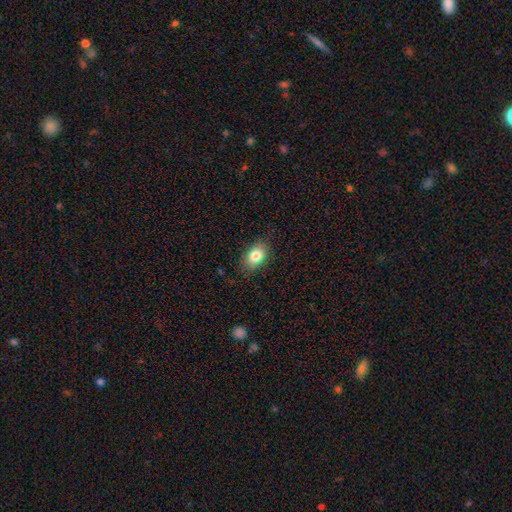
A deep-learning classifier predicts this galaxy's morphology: This appears to be a smooth galaxy with no disk features (82%) that is in between round and cigar-shaped (82%). Merging: none (82%).